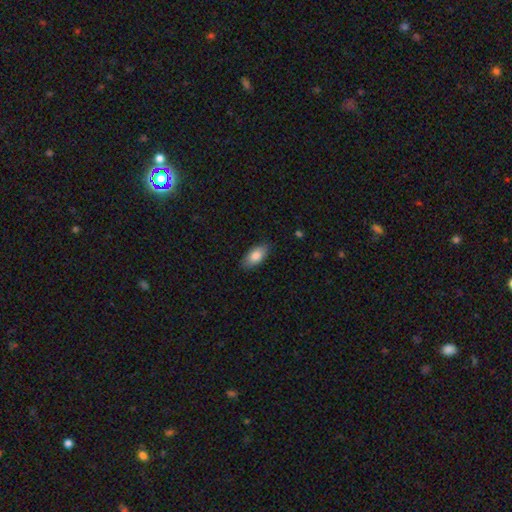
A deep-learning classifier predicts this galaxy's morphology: Smooth or featured: smooth — 83% (featured or disk — 11%)
How rounded: in between — 91% (cigar-shaped — 6%)
Merging: none — 84% (minor disturbance — 12%)